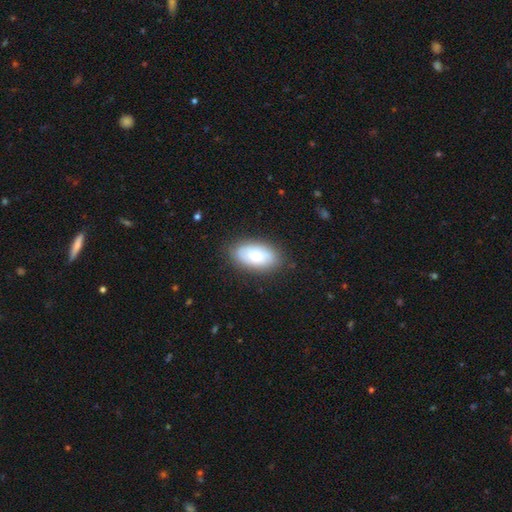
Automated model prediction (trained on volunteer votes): smooth 63%, featured or disk 30%, star or artifact 7%. Down the decision tree: how rounded — in between (92%); merging — none (81%).